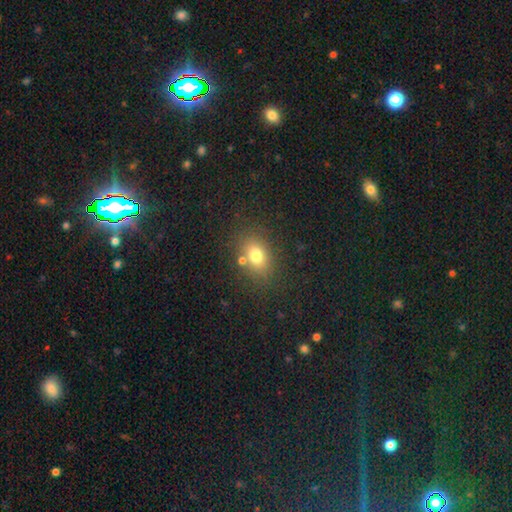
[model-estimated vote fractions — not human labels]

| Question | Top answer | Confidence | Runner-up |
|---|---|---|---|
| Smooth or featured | smooth | 75% | star or artifact (13%) |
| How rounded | in between | 65% | round (33%) |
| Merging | none | 74% | minor disturbance (12%) |